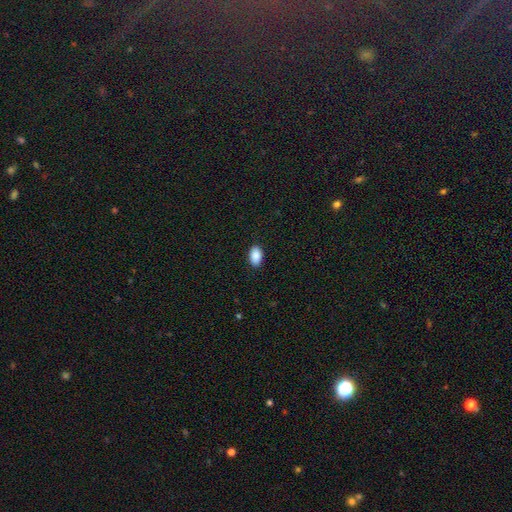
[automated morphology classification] The model was most divided on "merging": none: 89%, minor disturbance: 8%, major disturbance: 2%, merger: 1%. More confident: how rounded — in between (92%); smooth or featured — smooth (89%).